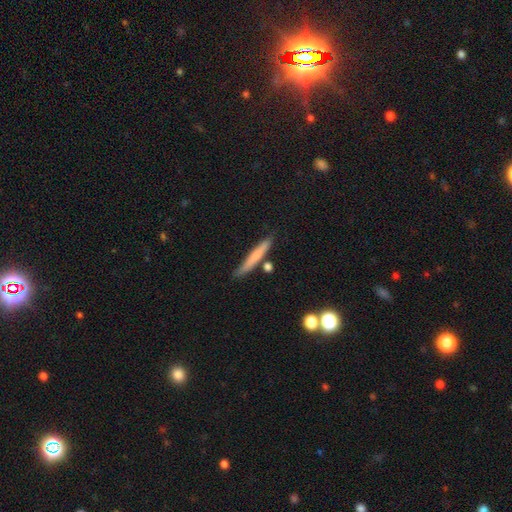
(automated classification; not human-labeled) Smooth or featured?
  - smooth: 68% *
  - featured or disk: 25%
  - star or artifact: 6%
How rounded?
  - cigar-shaped: 94% *
  - in between: 4%
  - round: 2%
Merging?
  - none: 78% *
  - minor disturbance: 13%
  - merger: 6%
  - major disturbance: 3%